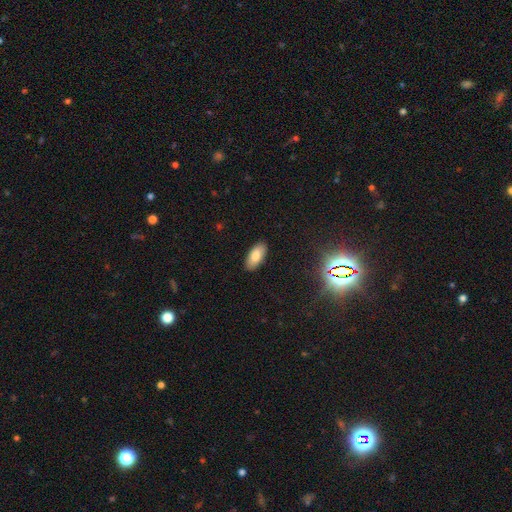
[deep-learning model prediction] Smooth or featured?
  - smooth: 84% *
  - featured or disk: 8%
  - star or artifact: 8%
How rounded?
  - in between: 90% *
  - cigar-shaped: 8%
  - round: 2%
Merging?
  - none: 89% *
  - minor disturbance: 8%
  - major disturbance: 2%
  - merger: 1%